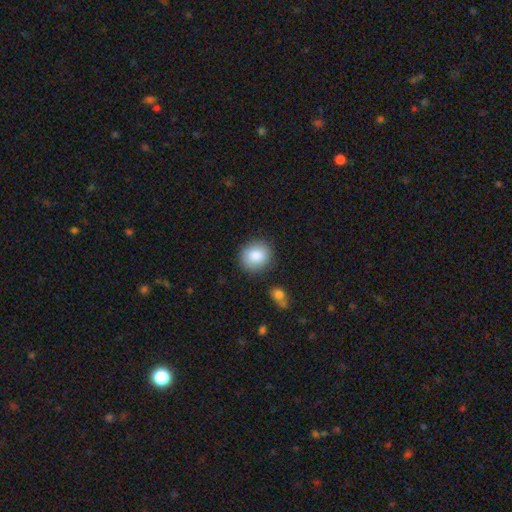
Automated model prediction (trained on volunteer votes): Smooth or featured? smooth (86%)
How rounded? round (80%)
Merging? none (84%)